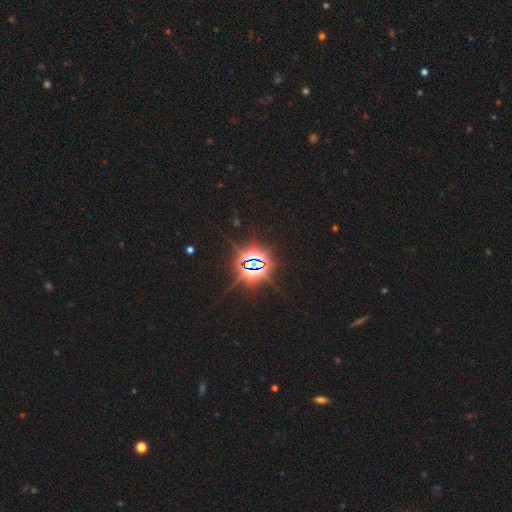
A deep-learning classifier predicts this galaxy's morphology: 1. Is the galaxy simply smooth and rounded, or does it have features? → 85% star or artifact, 8% smooth, 7% featured or disk.